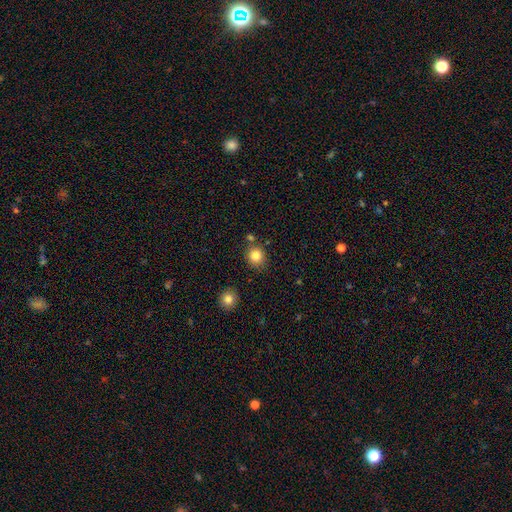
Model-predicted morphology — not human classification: The model was most divided on "how rounded": round: 83%, in between: 16%, cigar-shaped: 1%. More confident: smooth or featured — smooth (83%); merging — none (82%).